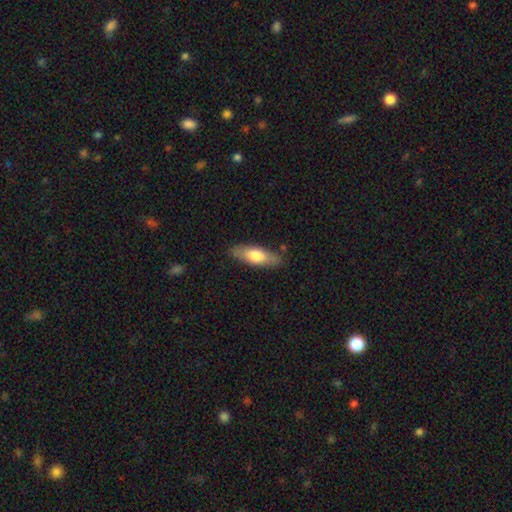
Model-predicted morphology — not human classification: Smooth or featured? Predicted: smooth (p=0.68). How rounded? Predicted: in between (p=0.56). Merging? Predicted: none (p=0.84).